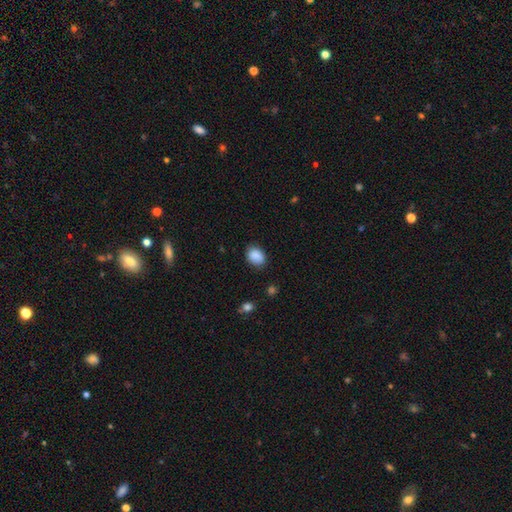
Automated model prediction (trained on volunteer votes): A smooth galaxy with no disk features (88%) that is in between round and cigar-shaped (61%). Merging: none (80%).